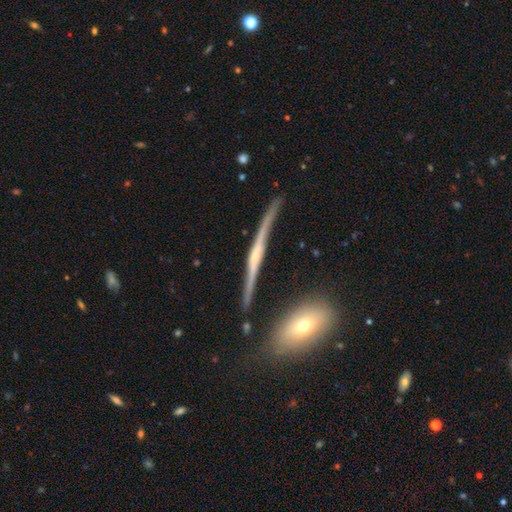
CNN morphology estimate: Q: Smooth or featured?
A: featured or disk (82%); runner-up: smooth (11%)
Q: Edge-on disk?
A: yes (97%); runner-up: no (3%)
Q: Edge-on bulge?
A: rounded (56%); runner-up: none (23%)
Q: Merging?
A: none (80%); runner-up: minor disturbance (14%)